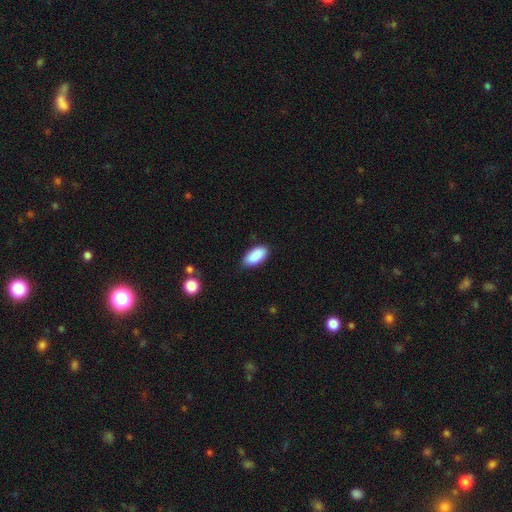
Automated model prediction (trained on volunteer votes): smooth_or_featured: smooth (p=0.90) [alt: star or artifact p=0.06]
how_rounded: in between (p=0.92) [alt: cigar-shaped p=0.06]
merging: none (p=0.85) [alt: minor disturbance p=0.12]